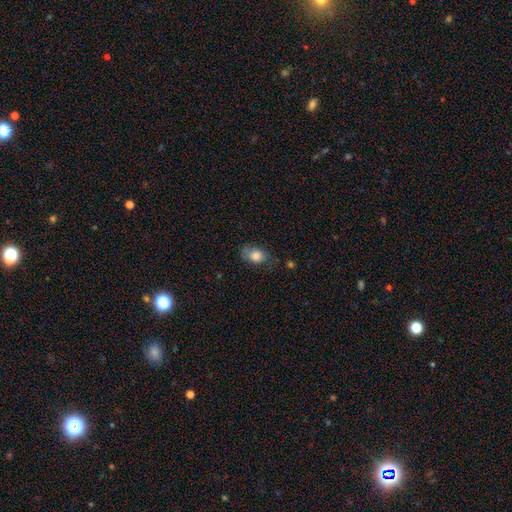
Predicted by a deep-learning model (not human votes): This is likely a smooth galaxy (80%). How rounded: likely in between (76%). Merging: possibly none (58%).